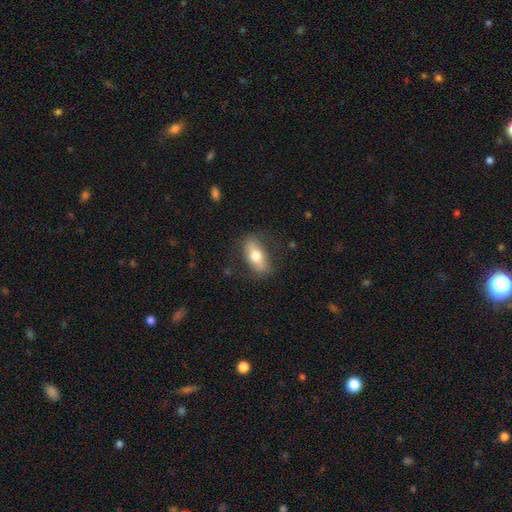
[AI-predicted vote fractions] A smooth galaxy with no disk features (64%) that is in between round and cigar-shaped (83%).

Vote fractions:
- Smooth or featured? smooth: 64% / featured or disk: 29% / star or artifact: 6%
- How rounded? in between: 83% / cigar-shaped: 12% / round: 5%
- Merging? none: 79% / minor disturbance: 15% / major disturbance: 5% / merger: 1%